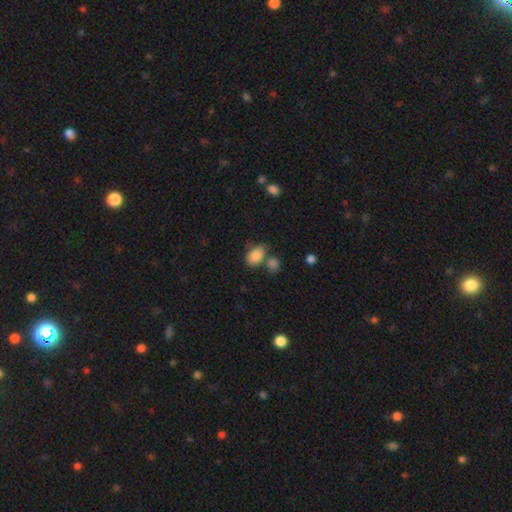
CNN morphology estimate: type=smooth (84%); roundness=in between (84%); merging=none (51%).